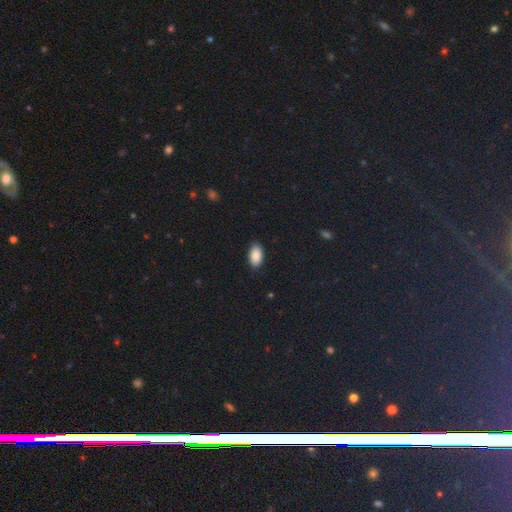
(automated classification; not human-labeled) The model was most divided on "smooth or featured": smooth: 86%, star or artifact: 8%, featured or disk: 6%. More confident: how rounded — in between (94%); merging — none (88%).